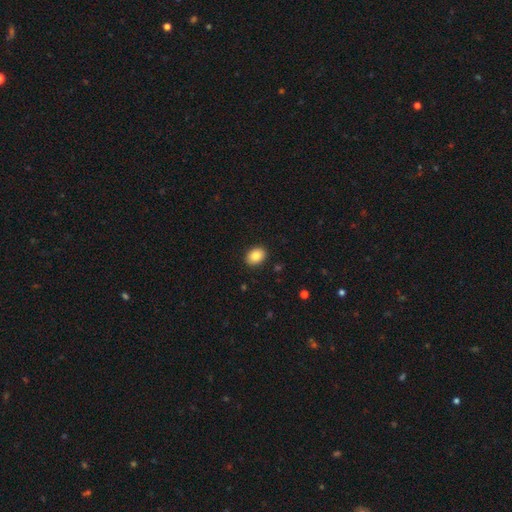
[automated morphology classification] A smooth galaxy with no disk features (87%) that is in between round and cigar-shaped (70%). Merging: none (90%).